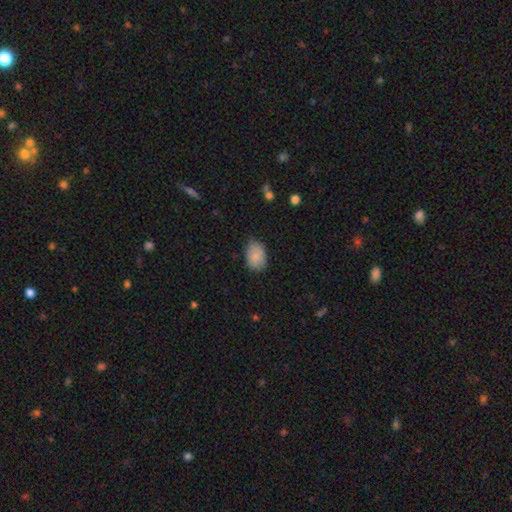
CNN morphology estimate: smooth-or-featured: smooth: 87% | star or artifact: 7% | featured or disk: 6%
  how-rounded: in between: 84% | round: 15% | cigar-shaped: 1%
  merging: none: 72% | minor disturbance: 23% | major disturbance: 4% | merger: 1%